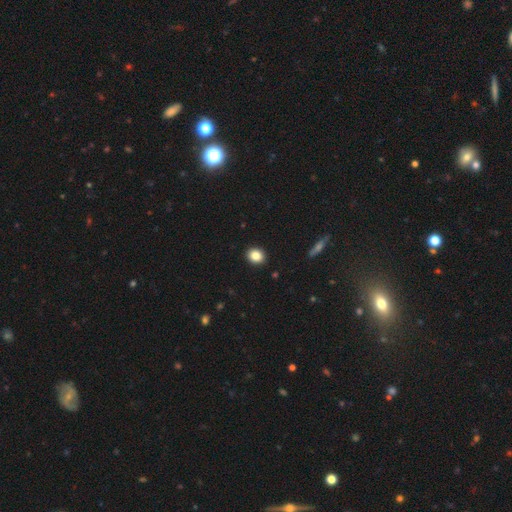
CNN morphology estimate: smooth_or_featured: smooth (p=0.85) [alt: star or artifact p=0.09]
how_rounded: round (p=0.64) [alt: in between p=0.35]
merging: none (p=0.92) [alt: minor disturbance p=0.06]